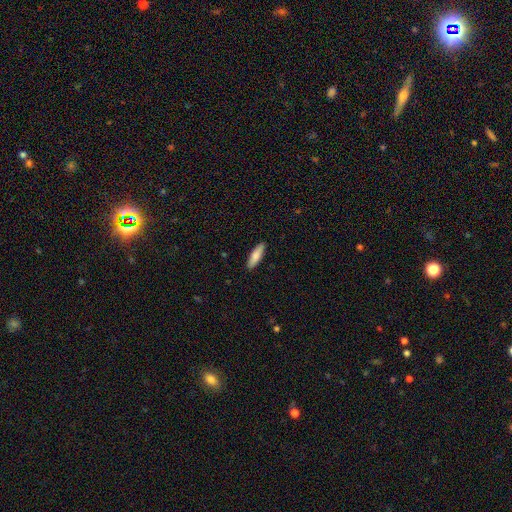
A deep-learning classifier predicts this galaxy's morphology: This appears to be a smooth galaxy with no disk features (80%) that is cigar-shaped (60%). Merging: none (90%).